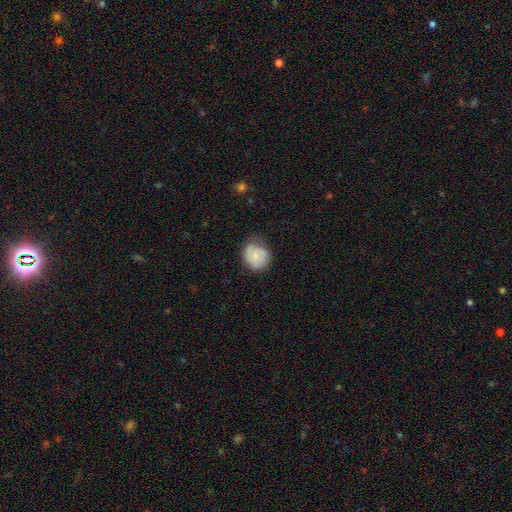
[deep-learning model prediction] The model was most divided on "smooth or featured": smooth: 59%, featured or disk: 34%, star or artifact: 7%. More confident: how rounded — round (76%); merging — none (64%).